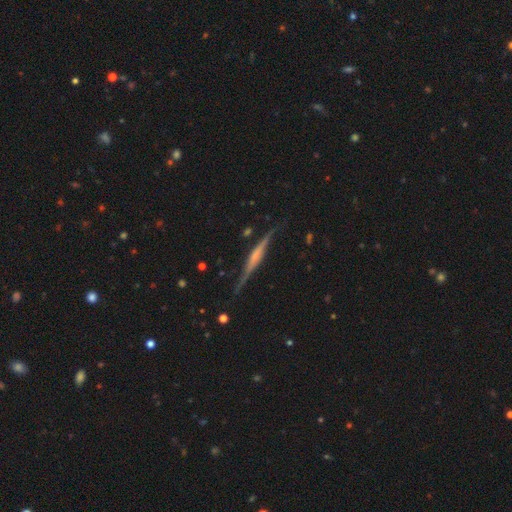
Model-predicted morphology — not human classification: A featured or disk galaxy (77%) viewed edge-on (97%) with a rounded central bulge (44%). Merging: none (81%).